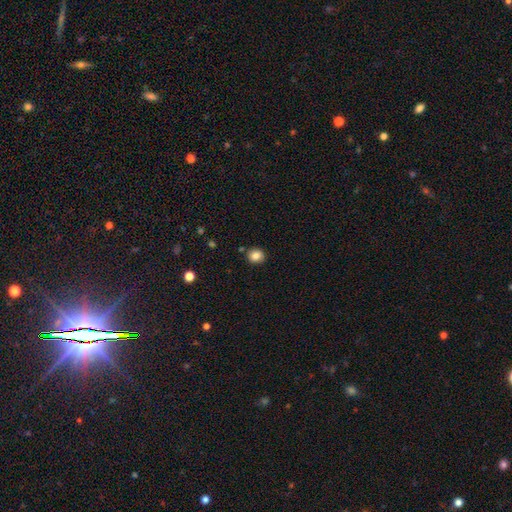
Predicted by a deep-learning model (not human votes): Smooth or featured: smooth — 84% (star or artifact — 11%)
How rounded: round — 79% (in between — 20%)
Merging: none — 85% (minor disturbance — 9%)